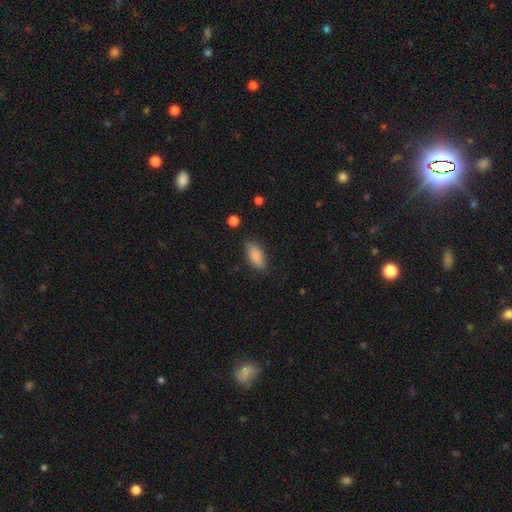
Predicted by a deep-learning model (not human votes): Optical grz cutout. It shows a smooth galaxy with no disk features (86%) that is in between round and cigar-shaped (87%). Merging: none (78%).